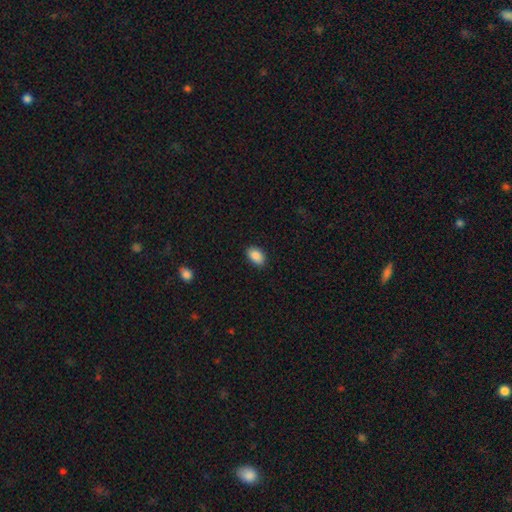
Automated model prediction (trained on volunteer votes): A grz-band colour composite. It shows a smooth galaxy with no disk features (89%) that is in between round and cigar-shaped (90%). Merging: none (87%).